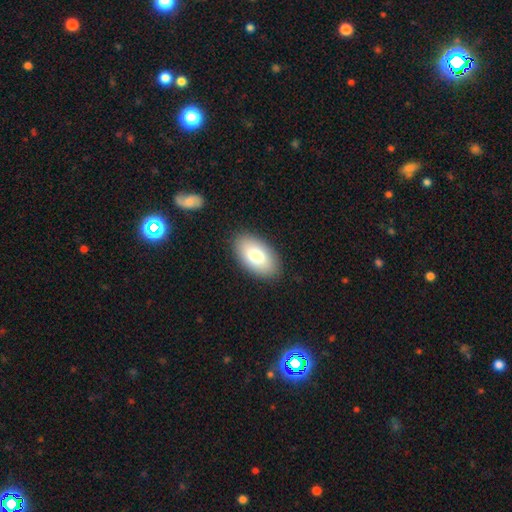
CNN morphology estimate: smooth 77%, featured or disk 16%, star or artifact 7%. Down the decision tree: how rounded — in between (95%); merging — none (88%).